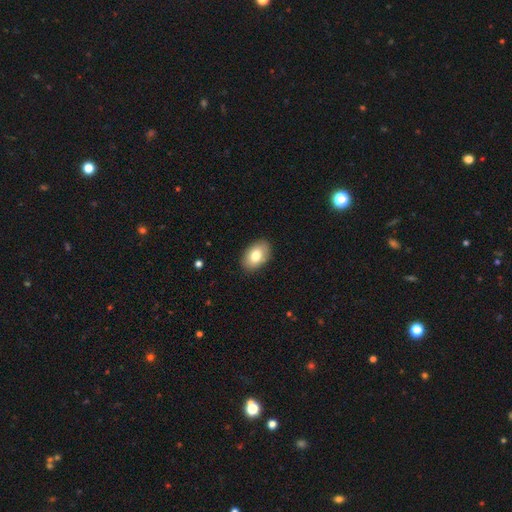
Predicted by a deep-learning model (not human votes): Smooth or featured? smooth (78%)
How rounded? in between (89%)
Merging? none (88%)